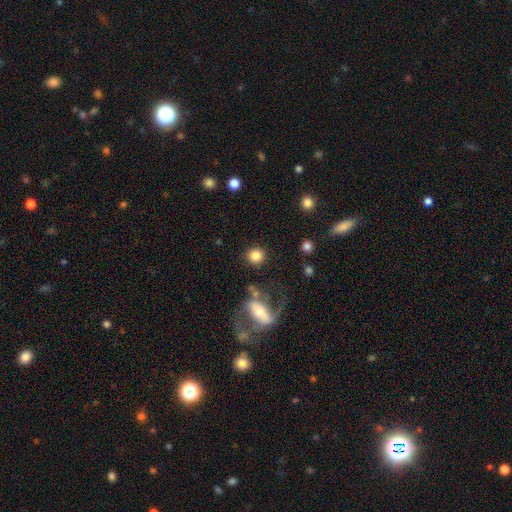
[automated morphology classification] Overall: smooth (82%). How rounded: round (91%). Merging: none (83%).